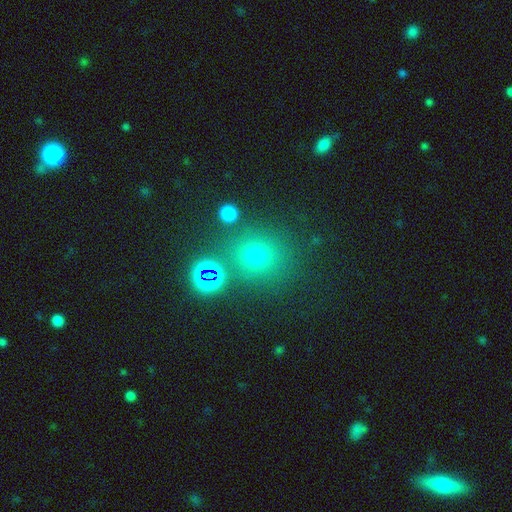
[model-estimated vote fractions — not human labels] smooth_or_featured: smooth (p=0.60) [alt: star or artifact p=0.31]
how_rounded: round (p=0.86) [alt: in between p=0.13]
merging: none (p=0.80) [alt: minor disturbance p=0.09]